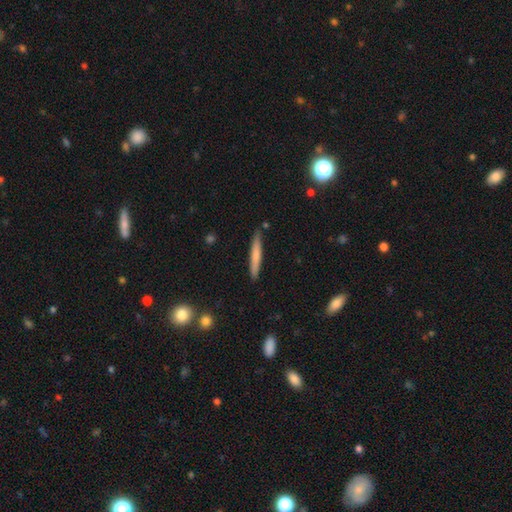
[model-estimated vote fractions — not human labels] Smooth or featured: smooth — 68% (featured or disk — 26%)
How rounded: cigar-shaped — 95% (in between — 4%)
Merging: none — 87% (minor disturbance — 9%)